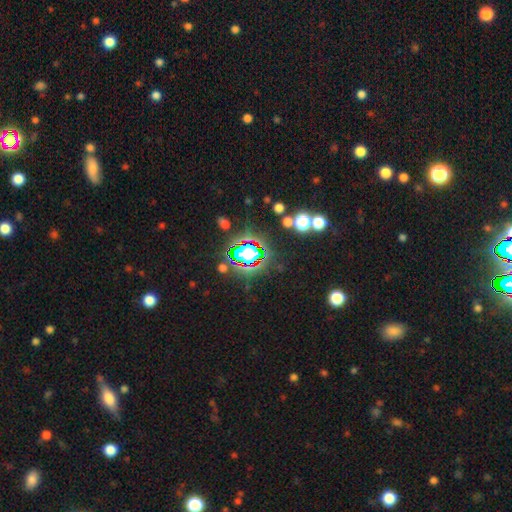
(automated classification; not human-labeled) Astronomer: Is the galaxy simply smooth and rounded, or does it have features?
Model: star or artifact — 78%.